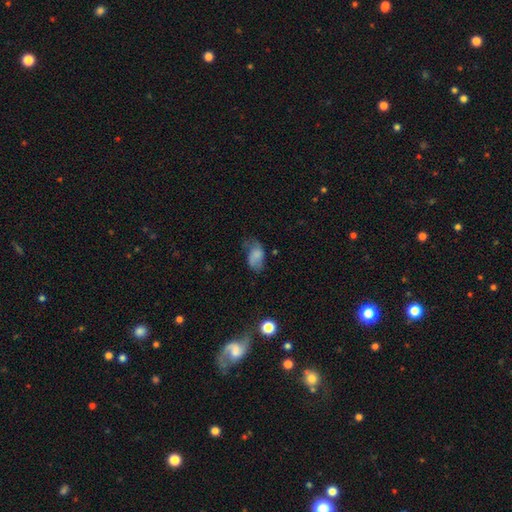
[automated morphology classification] The model was most divided on "merging": none: 37%, minor disturbance: 34%, major disturbance: 25%, merger: 3%. More confident: how rounded — in between (90%); smooth or featured — smooth (70%).